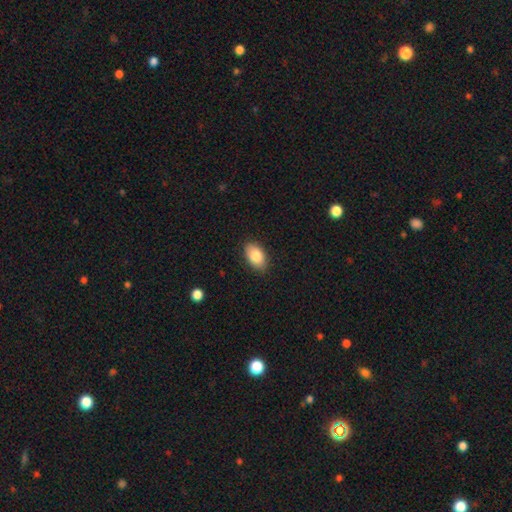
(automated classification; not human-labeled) This is clearly a smooth galaxy (84%). How rounded: clearly in between (92%). Merging: clearly none (87%).